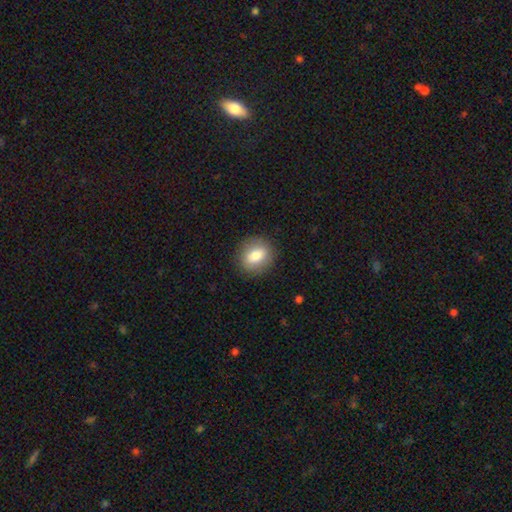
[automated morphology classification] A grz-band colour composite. It shows a smooth galaxy with no disk features (77%) that is round (67%). Merging: none (88%).